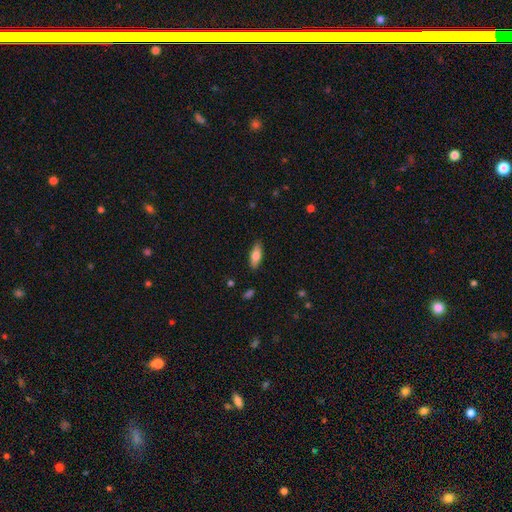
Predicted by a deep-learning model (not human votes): Smooth or featured?
  - smooth: 78% *
  - featured or disk: 16%
  - star or artifact: 6%
How rounded?
  - in between: 70% *
  - cigar-shaped: 28%
  - round: 2%
Merging?
  - none: 87% *
  - minor disturbance: 10%
  - major disturbance: 2%
  - merger: 1%